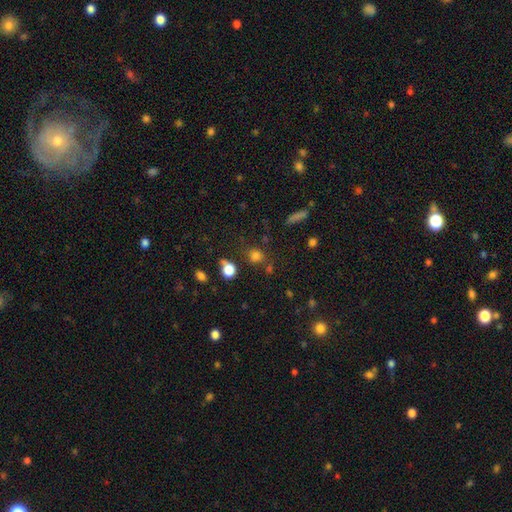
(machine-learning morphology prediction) The model was most divided on "how rounded": round: 77%, in between: 21%, cigar-shaped: 2%. More confident: smooth or featured — smooth (75%); merging — none (70%).